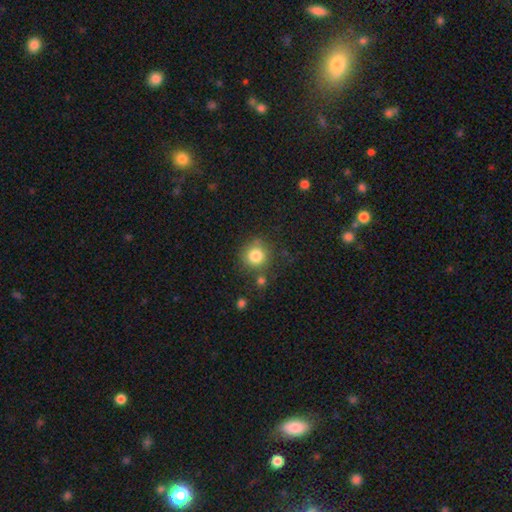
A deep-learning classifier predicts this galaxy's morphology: This appears to be a smooth galaxy with no disk features (82%) that is round (91%). Merging: none (75%).